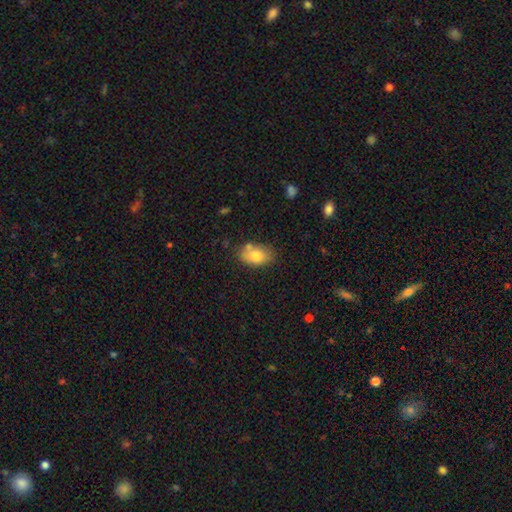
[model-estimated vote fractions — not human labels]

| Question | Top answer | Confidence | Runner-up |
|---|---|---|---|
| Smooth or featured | smooth | 77% | featured or disk (15%) |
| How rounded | in between | 86% | round (13%) |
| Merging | none | 67% | minor disturbance (18%) |